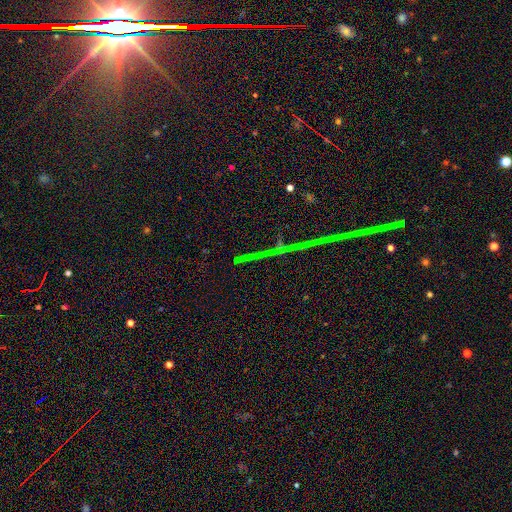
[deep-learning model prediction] Smooth or featured? Predicted: star or artifact (p=0.82).